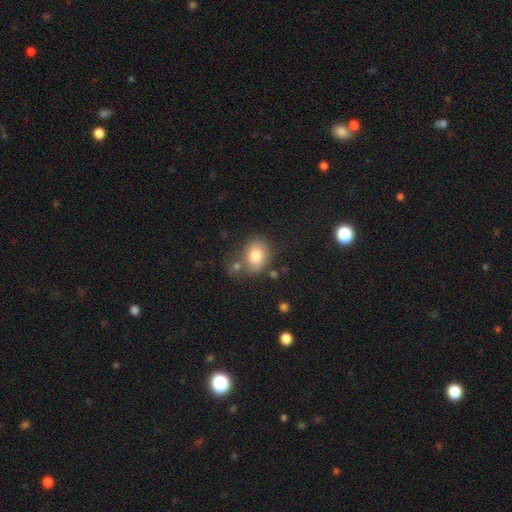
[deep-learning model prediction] A smooth galaxy with no disk features (80%) that is in between round and cigar-shaped (61%). Merging: none (61%).